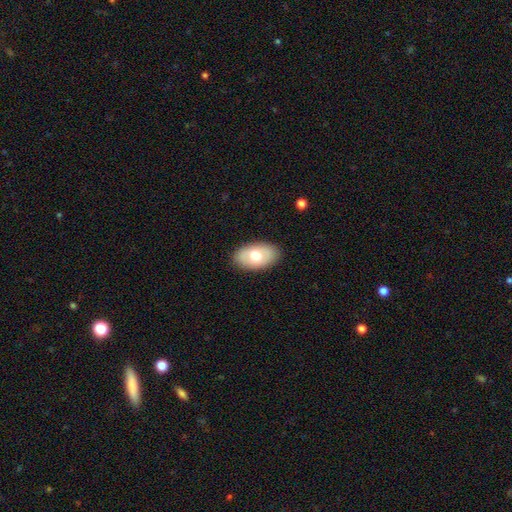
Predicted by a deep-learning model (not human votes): Overall: smooth (67%). How rounded: in between (92%). Merging: none (87%).